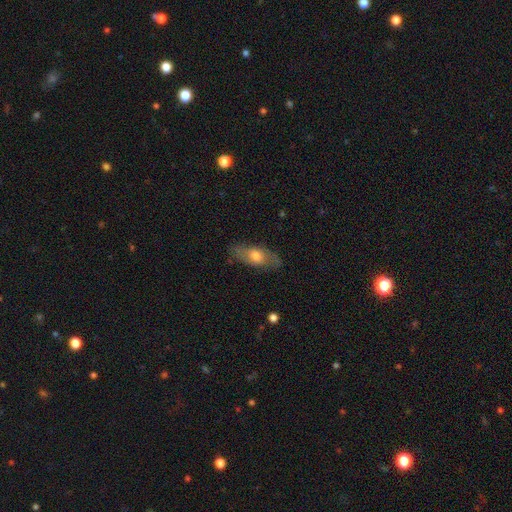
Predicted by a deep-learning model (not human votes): Smooth or featured?
  - smooth: 48% *
  - featured or disk: 45%
  - star or artifact: 7%
Merging?
  - none: 79% *
  - minor disturbance: 15%
  - major disturbance: 5%
  - merger: 1%